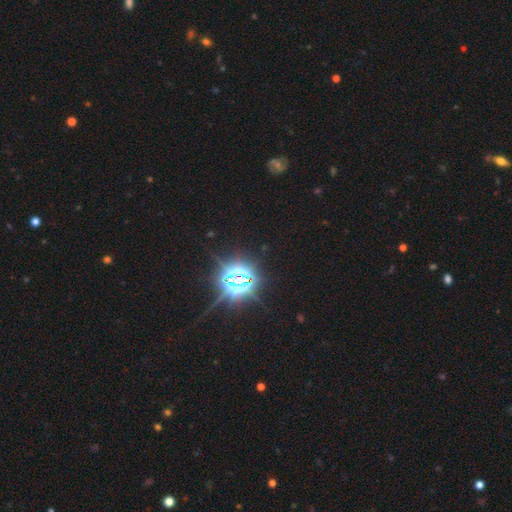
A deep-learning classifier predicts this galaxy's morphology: smooth-or-featured: star or artifact: 85% | smooth: 10% | featured or disk: 5%